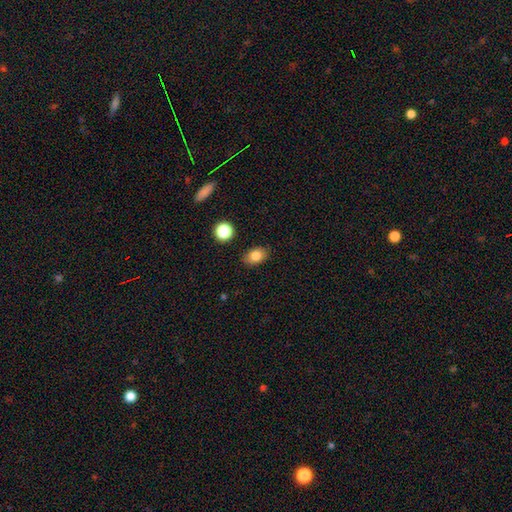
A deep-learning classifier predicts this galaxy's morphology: A smooth galaxy with no disk features (82%) that is in between round and cigar-shaped (78%).

Vote fractions:
- Smooth or featured? smooth: 82% / star or artifact: 10% / featured or disk: 8%
- How rounded? in between: 78% / round: 20% / cigar-shaped: 1%
- Merging? none: 86% / minor disturbance: 10% / major disturbance: 2% / merger: 2%